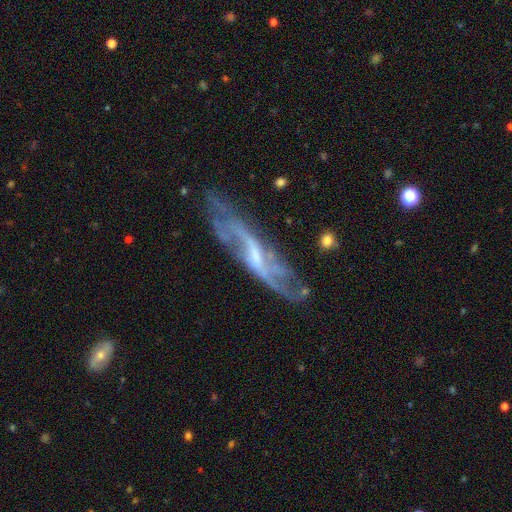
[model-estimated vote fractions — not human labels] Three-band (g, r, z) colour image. It shows a featured or disk galaxy (81%) with a weak bar (47%), spiral arms (88%) and a small central bulge (51%). Merging: none (63%).